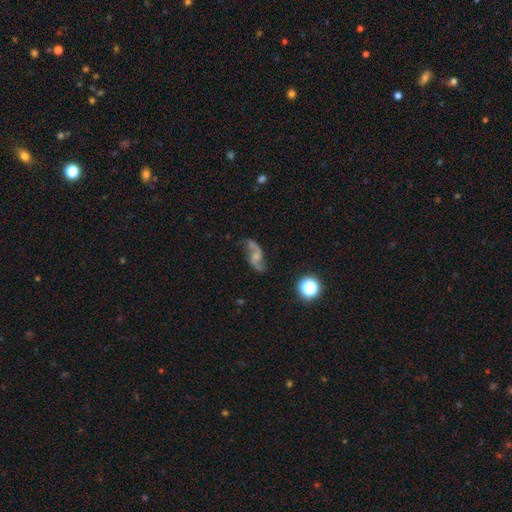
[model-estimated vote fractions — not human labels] A featured or disk galaxy (82%) with no bar (54%), 2 (93%) loose (82%) spiral arms (95%) and a small central bulge (40%). Merging: none (72%).